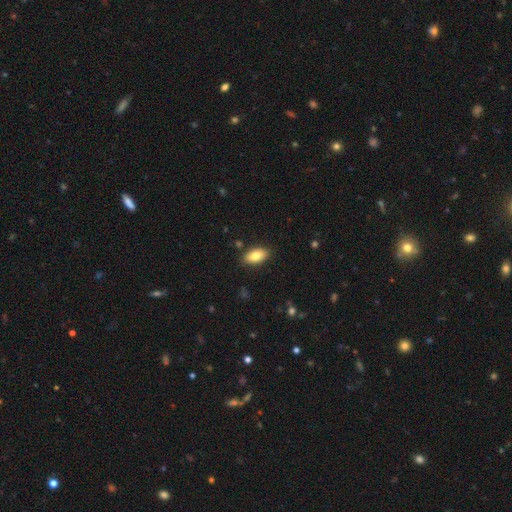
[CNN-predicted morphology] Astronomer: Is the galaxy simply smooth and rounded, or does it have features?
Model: smooth — 82%.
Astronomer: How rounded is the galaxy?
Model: in between — 92%.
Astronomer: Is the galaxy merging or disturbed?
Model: none — 87%.